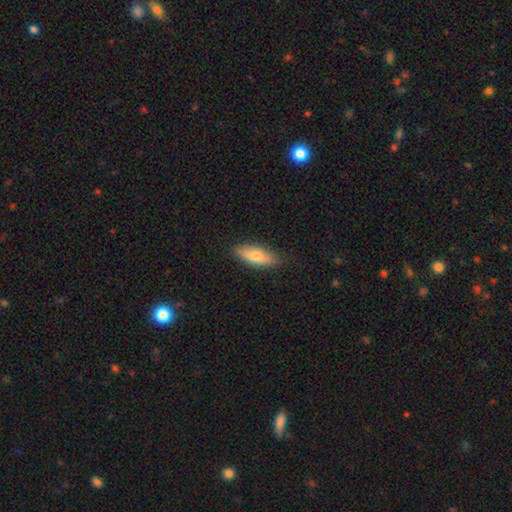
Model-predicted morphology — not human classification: Smooth or featured?
  - smooth: 72% *
  - featured or disk: 22%
  - star or artifact: 6%
How rounded?
  - in between: 63% *
  - cigar-shaped: 35%
  - round: 3%
Merging?
  - none: 85% *
  - minor disturbance: 12%
  - major disturbance: 2%
  - merger: 1%